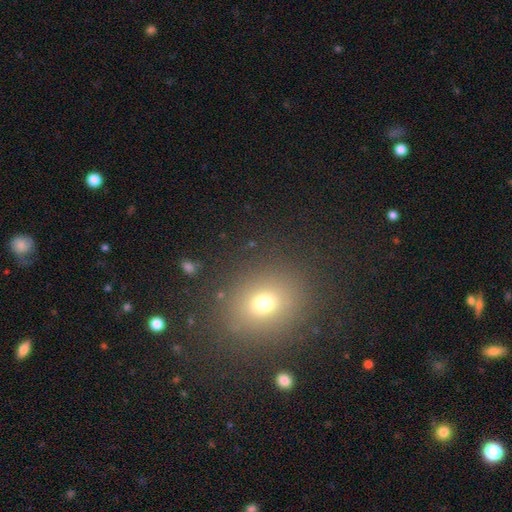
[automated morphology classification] smooth-or-featured: smooth: 65% | star or artifact: 26% | featured or disk: 9%
  how-rounded: round: 63% | in between: 36% | cigar-shaped: 1%
  merging: none: 88% | minor disturbance: 7% | major disturbance: 3% | merger: 2%